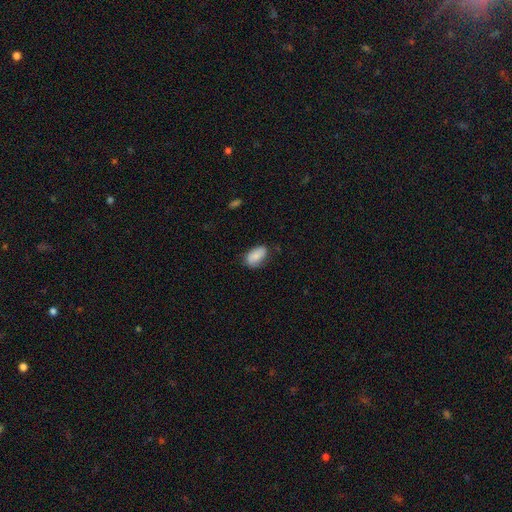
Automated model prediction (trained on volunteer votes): smooth_or_featured: smooth (p=0.81) [alt: featured or disk p=0.12]
how_rounded: in between (p=0.93) [alt: round p=0.05]
merging: none (p=0.68) [alt: minor disturbance p=0.26]